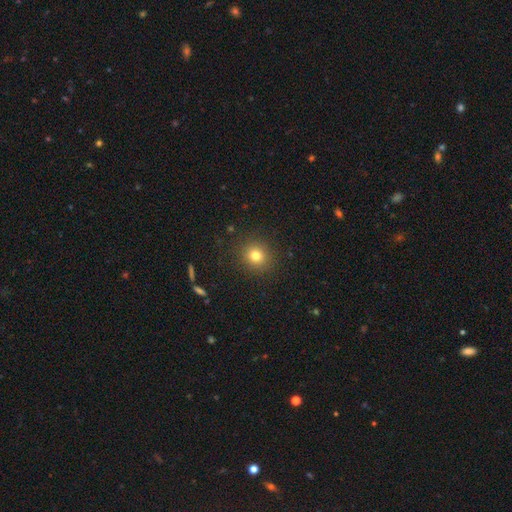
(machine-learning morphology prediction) Smooth or featured: smooth — 78% (star or artifact — 14%)
How rounded: round — 88% (in between — 11%)
Merging: none — 89% (minor disturbance — 7%)